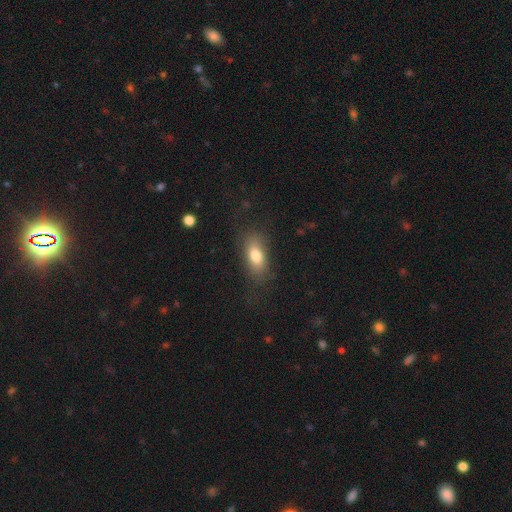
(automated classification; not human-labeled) The model was most divided on "merging": none: 76%, minor disturbance: 16%, major disturbance: 7%, merger: 1%. More confident: how rounded — in between (83%); smooth or featured — smooth (76%).